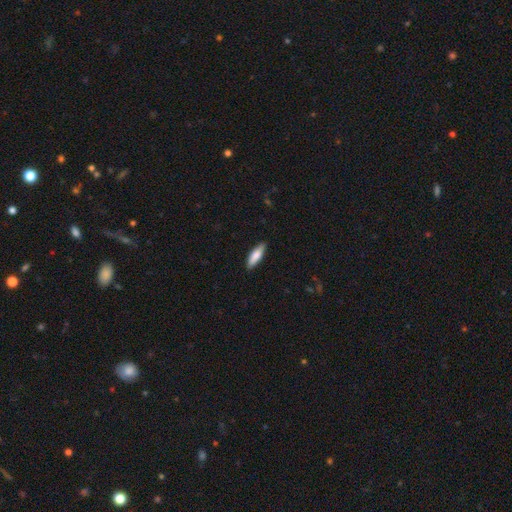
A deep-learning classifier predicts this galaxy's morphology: smooth_or_featured: smooth (p=0.78) [alt: featured or disk p=0.16]
how_rounded: cigar-shaped (p=0.56) [alt: in between p=0.42]
merging: none (p=0.88) [alt: minor disturbance p=0.09]